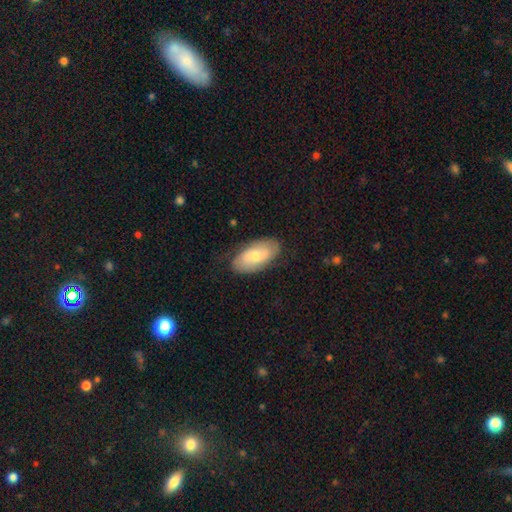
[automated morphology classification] Smooth or featured: smooth — 56% (featured or disk — 38%)
How rounded: in between — 93% (cigar-shaped — 4%)
Merging: none — 79% (minor disturbance — 16%)